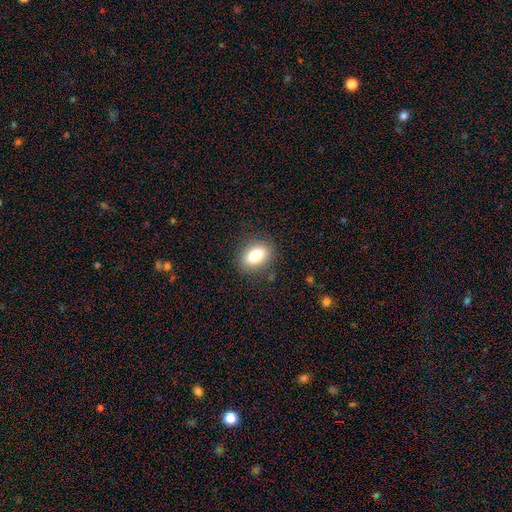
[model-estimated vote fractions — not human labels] This is likely a smooth galaxy (79%). How rounded: likely in between (76%). Merging: clearly none (85%).